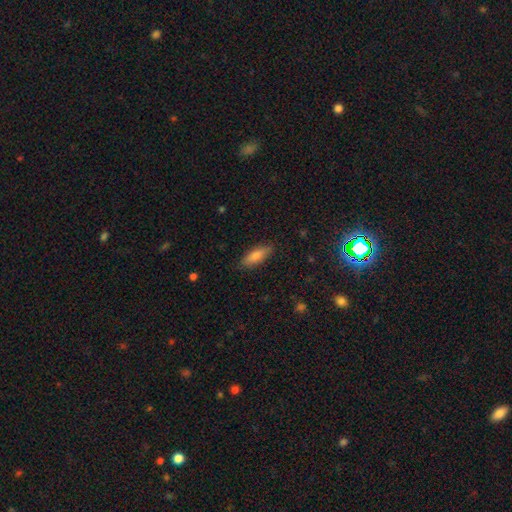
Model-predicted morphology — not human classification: Overall: smooth (81%). How rounded: in between (59%; cigar-shaped 39%). Merging: none (86%).